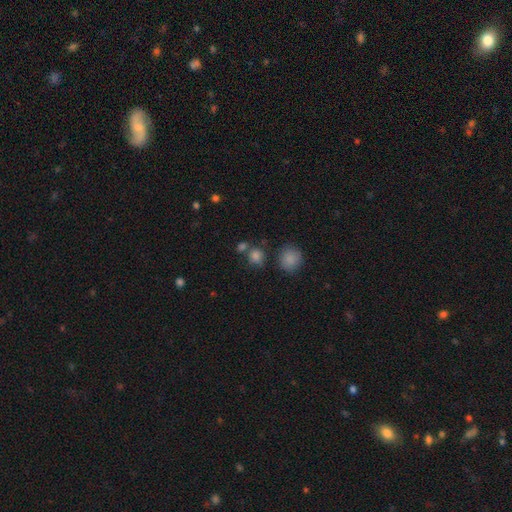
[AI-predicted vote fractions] smooth-or-featured: smooth: 79% | star or artifact: 16% | featured or disk: 6%
  how-rounded: round: 80% | in between: 19% | cigar-shaped: 1%
  merging: none: 64% | merger: 20% | minor disturbance: 11% | major disturbance: 5%